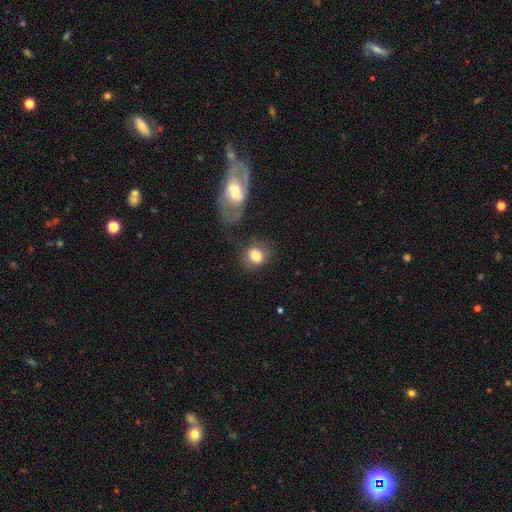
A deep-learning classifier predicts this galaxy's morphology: This is likely a smooth galaxy (79%). How rounded: likely round (63%). Merging: likely none (64%).